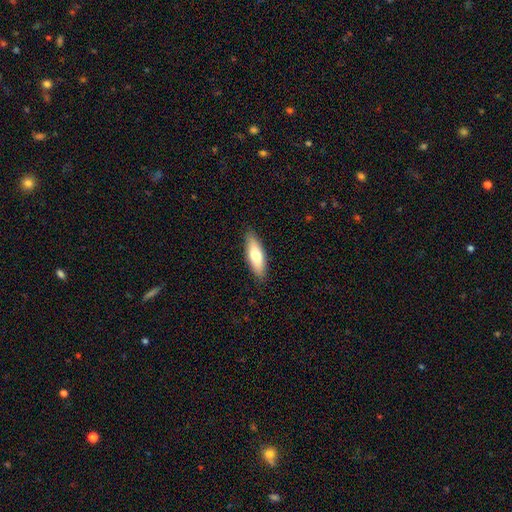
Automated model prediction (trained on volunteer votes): smooth-or-featured: smooth: 70% | featured or disk: 24% | star or artifact: 6%
  how-rounded: in between: 55% | cigar-shaped: 43% | round: 2%
  merging: none: 88% | minor disturbance: 9% | major disturbance: 2% | merger: 1%